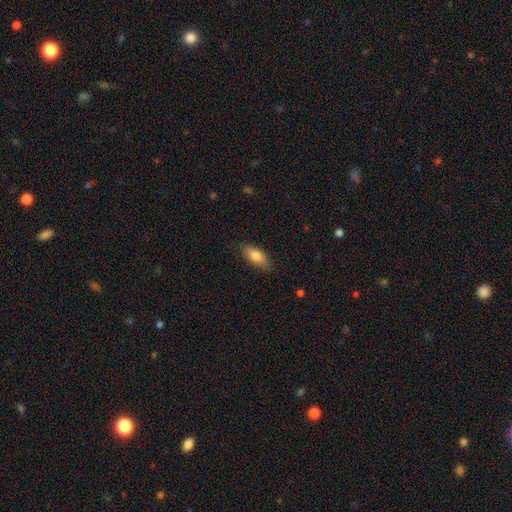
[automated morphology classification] smooth-or-featured: smooth: 80% | featured or disk: 13% | star or artifact: 7%
  how-rounded: in between: 80% | cigar-shaped: 17% | round: 3%
  merging: none: 85% | minor disturbance: 11% | major disturbance: 2% | merger: 1%